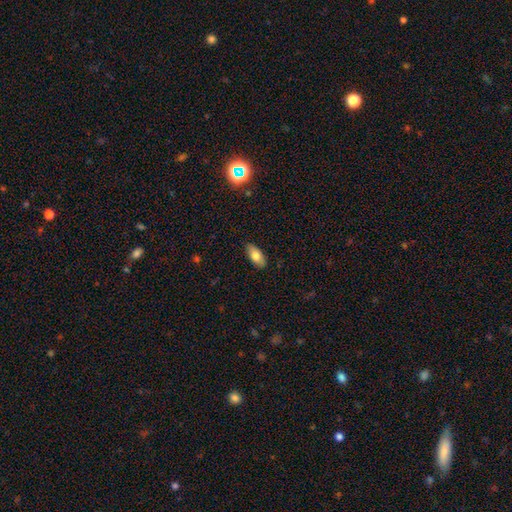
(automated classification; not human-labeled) Morphology: type=smooth (77%); roundness=in between (90%); merging=none (86%).